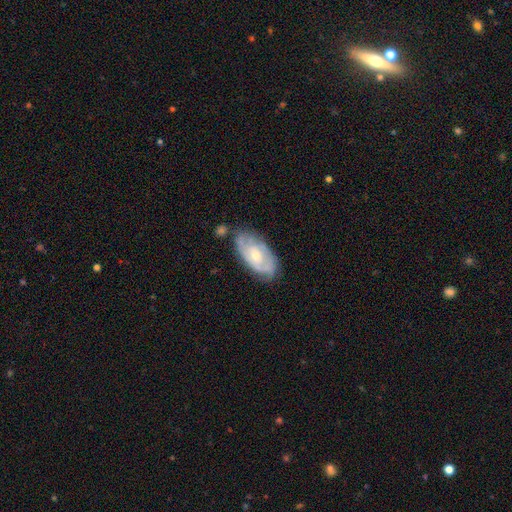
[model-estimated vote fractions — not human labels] Morphology: type=featured or disk (67%); edge-on=no (92%); bar=no (68%); spiral arms=yes (78%); bulge=small (52%); merging=none (65%).